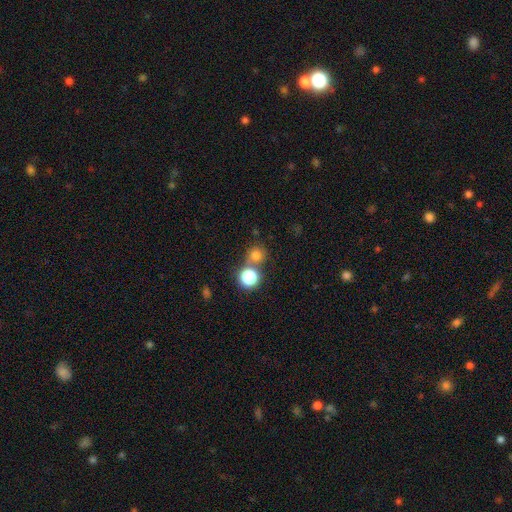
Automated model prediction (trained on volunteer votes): Q: Smooth or featured?
A: smooth (72%); runner-up: star or artifact (20%)
Q: How rounded?
A: round (88%); runner-up: in between (11%)
Q: Merging?
A: none (62%); runner-up: merger (25%)